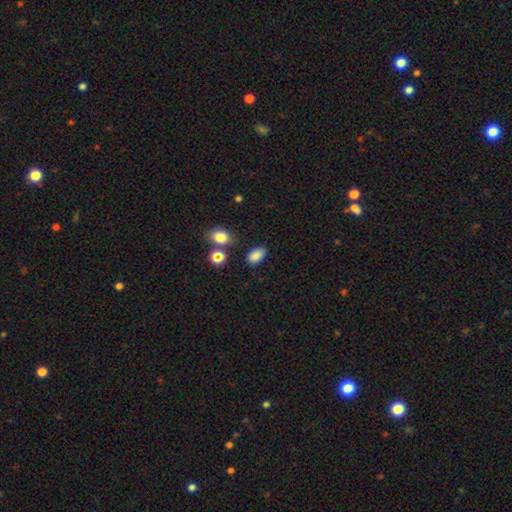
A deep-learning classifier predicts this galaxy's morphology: Smooth or featured? Predicted: smooth (p=0.86). How rounded? Predicted: in between (p=0.89). Merging? Predicted: none (p=0.79).